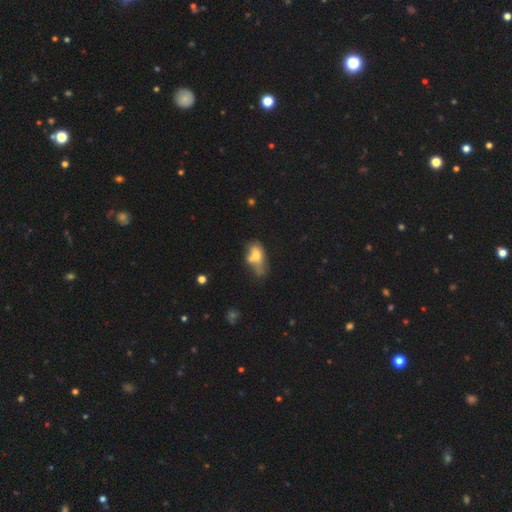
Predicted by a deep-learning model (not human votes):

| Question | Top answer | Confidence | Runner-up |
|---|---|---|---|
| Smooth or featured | smooth | 59% | featured or disk (31%) |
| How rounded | in between | 84% | round (11%) |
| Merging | merger | 28% | minor disturbance (26%) |